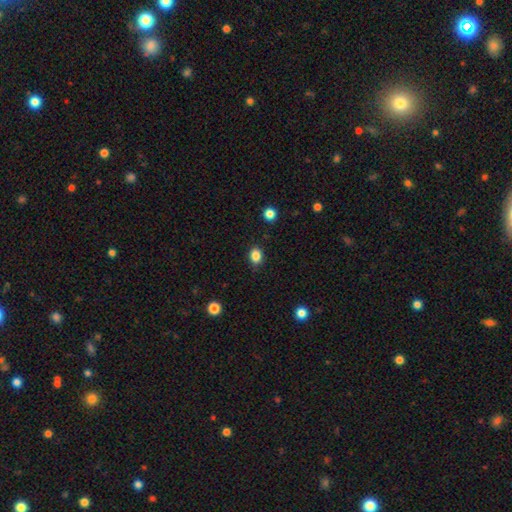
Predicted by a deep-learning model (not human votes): smooth 85%, star or artifact 11%, featured or disk 4%. Down the decision tree: how rounded — in between (58%); merging — none (84%).